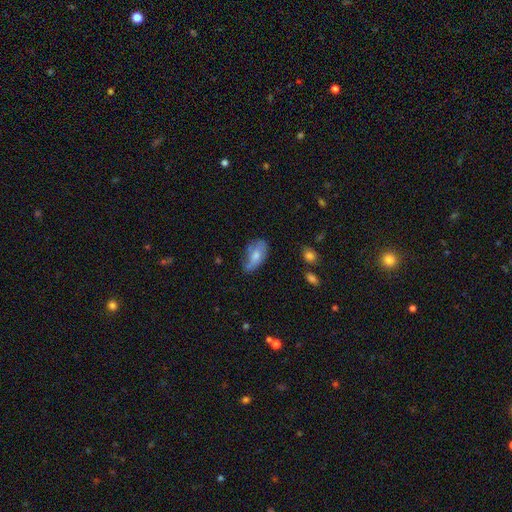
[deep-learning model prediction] Overall: smooth (62%; featured or disk 30%). How rounded: in between (89%). Merging: none (45%; minor disturbance 37%).